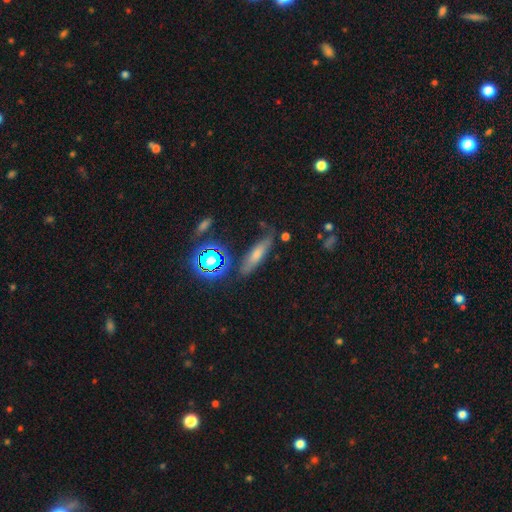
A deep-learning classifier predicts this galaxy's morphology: star or artifact 36%, featured or disk 33%, smooth 32%.